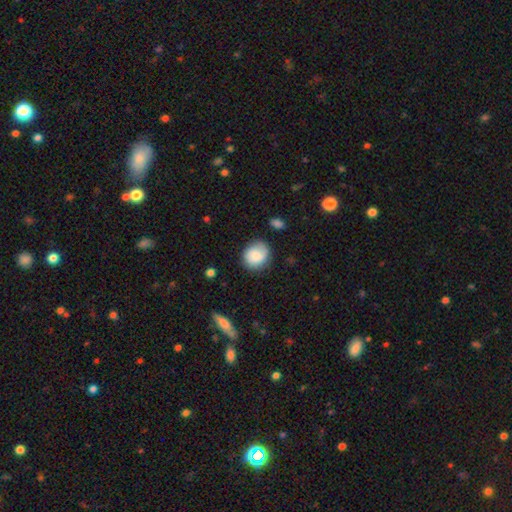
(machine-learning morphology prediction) This appears to be a smooth galaxy with no disk features (73%) that is round (78%). Merging: none (75%).